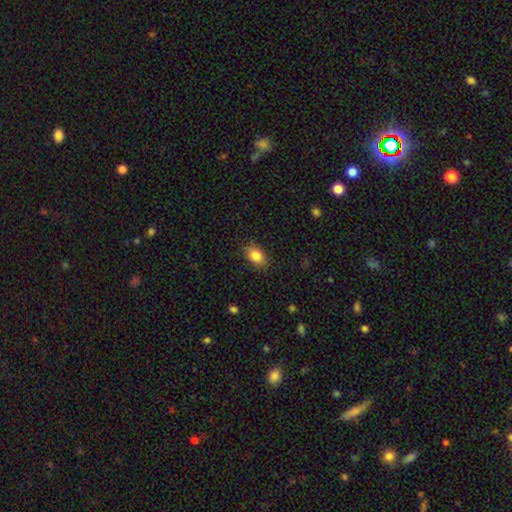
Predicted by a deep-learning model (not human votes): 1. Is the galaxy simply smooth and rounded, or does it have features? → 85% smooth, 8% star or artifact, 7% featured or disk.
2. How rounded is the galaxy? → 86% in between, 11% round, 3% cigar-shaped.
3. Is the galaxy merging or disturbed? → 86% none, 11% minor disturbance, 3% major disturbance, 1% merger.